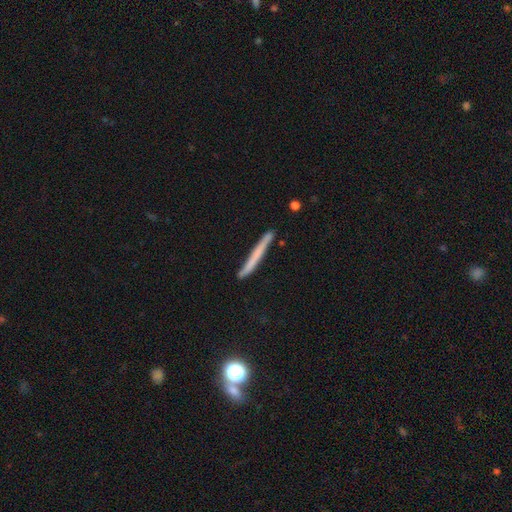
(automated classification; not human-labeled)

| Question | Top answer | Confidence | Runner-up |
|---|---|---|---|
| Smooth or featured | smooth | 54% | featured or disk (39%) |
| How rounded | cigar-shaped | 97% | in between (2%) |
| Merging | none | 85% | minor disturbance (11%) |